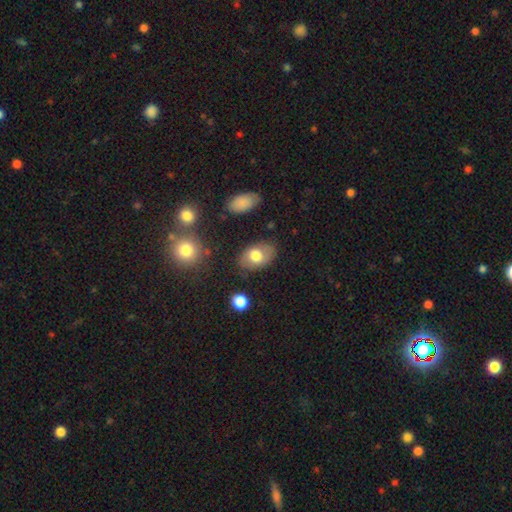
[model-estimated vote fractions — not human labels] smooth-or-featured: smooth: 69% | featured or disk: 24% | star or artifact: 7%
  how-rounded: in between: 89% | round: 10% | cigar-shaped: 1%
  merging: none: 80% | minor disturbance: 14% | major disturbance: 4% | merger: 3%